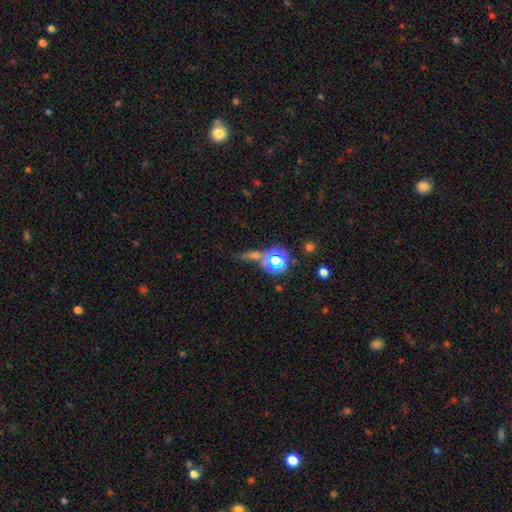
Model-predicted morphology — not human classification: A star or artifact, not a galaxy (54%).

Vote fractions:
- Smooth or featured? star or artifact: 54% / smooth: 31% / featured or disk: 15%